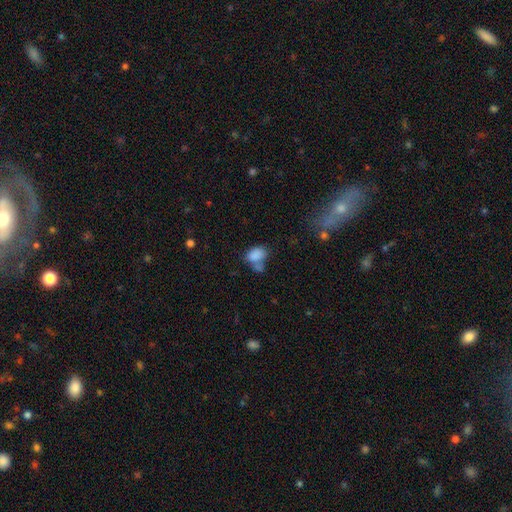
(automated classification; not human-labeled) This appears to be a smooth galaxy with no disk features (82%) that is in between round and cigar-shaped (84%). Merging: none (38%).